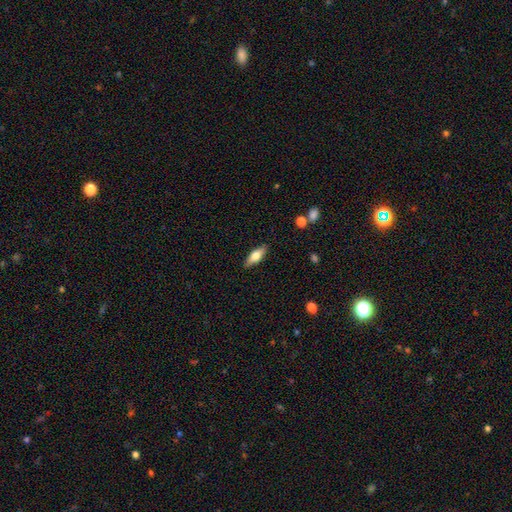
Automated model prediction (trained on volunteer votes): smooth_or_featured: smooth (p=0.58) [alt: featured or disk p=0.36]
how_rounded: in between (p=0.59) [alt: cigar-shaped p=0.38]
merging: none (p=0.87) [alt: minor disturbance p=0.09]